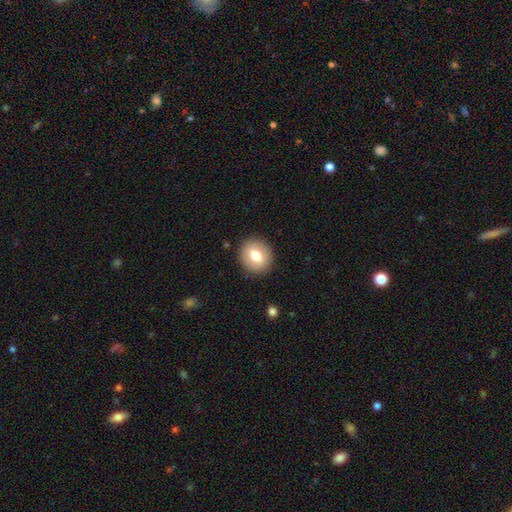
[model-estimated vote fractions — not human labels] Smooth or featured?
  - smooth: 73% *
  - featured or disk: 19%
  - star or artifact: 8%
How rounded?
  - round: 79% *
  - in between: 20%
  - cigar-shaped: 1%
Merging?
  - none: 90% *
  - minor disturbance: 7%
  - major disturbance: 2%
  - merger: 1%